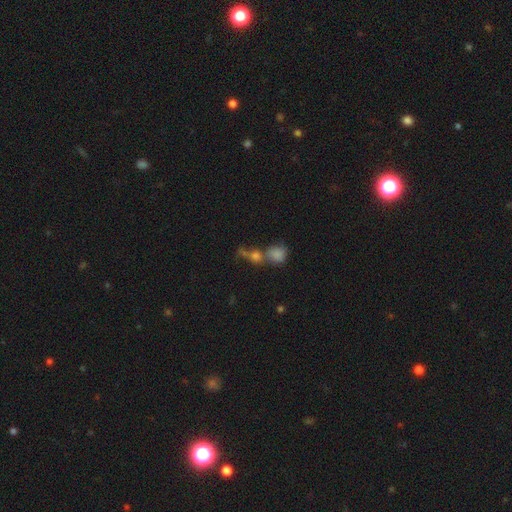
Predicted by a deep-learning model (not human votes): Smooth or featured? smooth (43%)
Merging? none (41%, tied with merger)